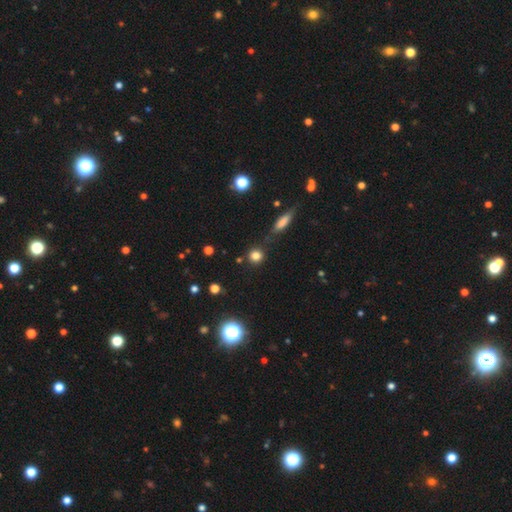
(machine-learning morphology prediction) Smooth or featured? smooth (79%)
How rounded? round (90%)
Merging? none (82%)